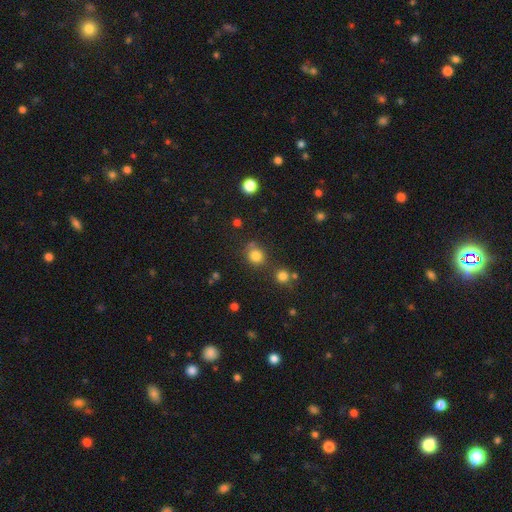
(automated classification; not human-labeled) Smooth or featured? smooth (80%)
How rounded? round (81%)
Merging? none (71%)